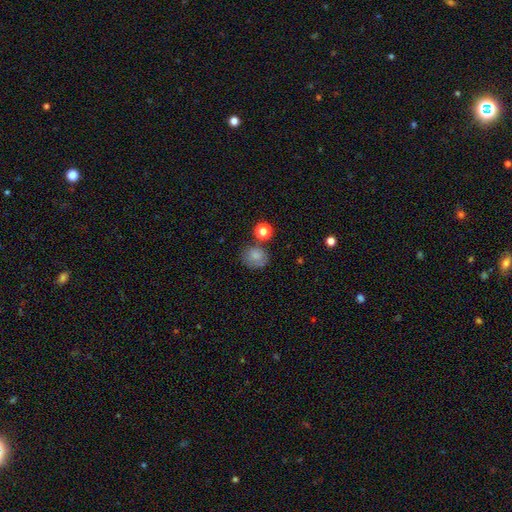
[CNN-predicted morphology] type=smooth (81%); roundness=round (73%); merging=none (66%).